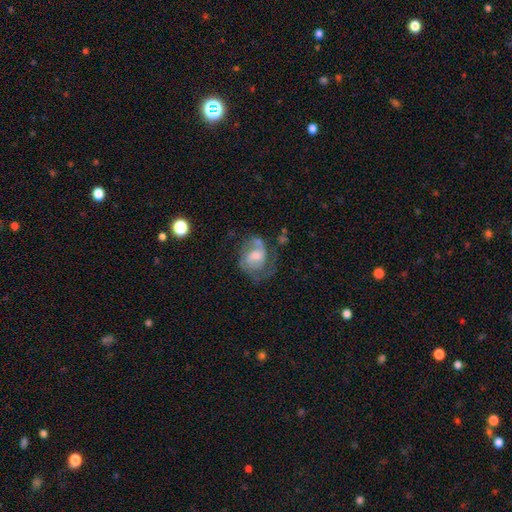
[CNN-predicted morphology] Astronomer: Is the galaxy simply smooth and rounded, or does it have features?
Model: featured or disk — 73%.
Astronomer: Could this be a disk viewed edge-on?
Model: no — 98%.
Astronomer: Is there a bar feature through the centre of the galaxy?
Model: no — 49% (runner-up: weak, 42%).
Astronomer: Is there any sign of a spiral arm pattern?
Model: yes — 88%.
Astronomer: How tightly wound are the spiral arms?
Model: medium — 47% (runner-up: tight, 34%).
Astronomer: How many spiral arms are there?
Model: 2 — 65%.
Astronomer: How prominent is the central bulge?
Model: moderate — 41% (runner-up: small, 33%).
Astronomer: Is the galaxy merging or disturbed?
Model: none — 47% (runner-up: major disturbance, 24%).